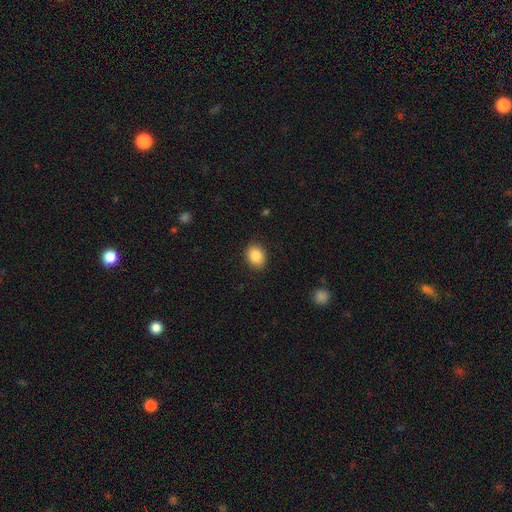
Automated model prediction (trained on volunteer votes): smooth 87%, star or artifact 8%, featured or disk 5%. Down the decision tree: how rounded — in between (60%); merging — none (89%).